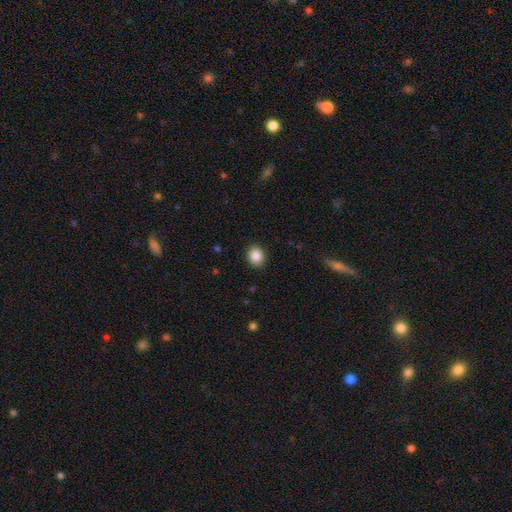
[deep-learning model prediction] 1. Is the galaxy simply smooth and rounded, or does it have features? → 87% smooth, 9% star or artifact, 4% featured or disk.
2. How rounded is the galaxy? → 62% round, 37% in between, 1% cigar-shaped.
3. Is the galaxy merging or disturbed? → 90% none, 7% minor disturbance, 2% major disturbance, 1% merger.